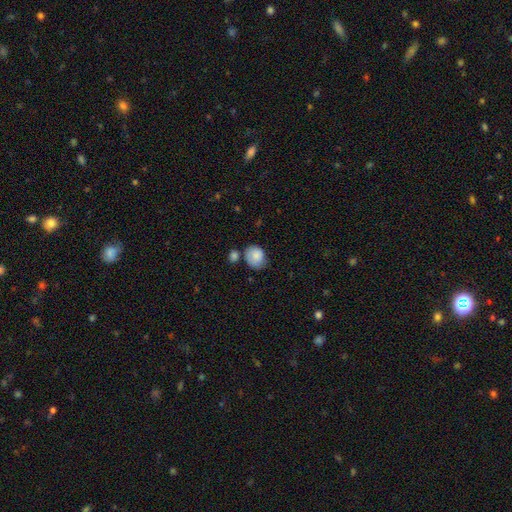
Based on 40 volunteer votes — Volunteers were most divided on "how rounded": round: 52%, in between: 48%, cigar-shaped: 0%. More confident: smooth or featured — smooth (82%); merging — none (50%).